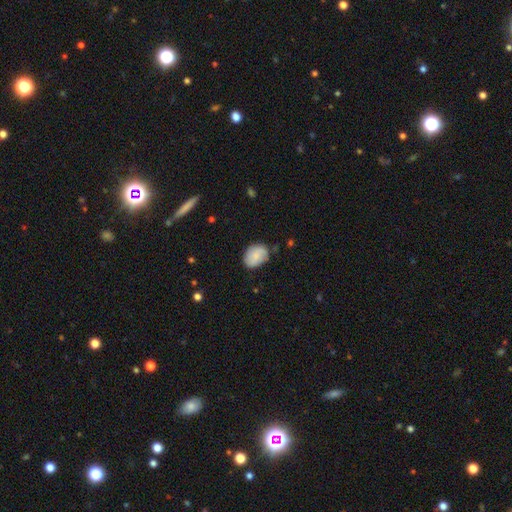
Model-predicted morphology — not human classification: A smooth galaxy with no disk features (71%) that is in between round and cigar-shaped (67%). Merging: none (70%).